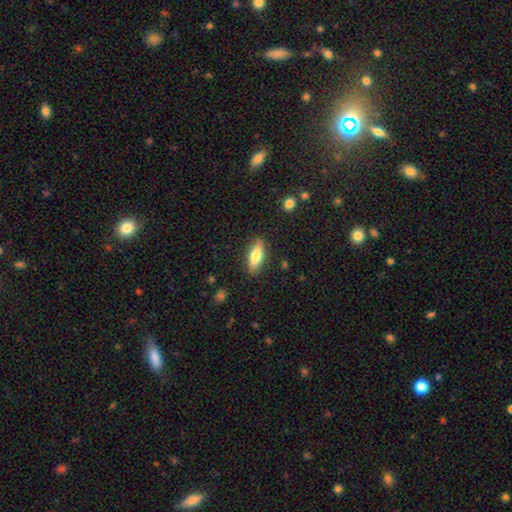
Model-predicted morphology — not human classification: Q: Smooth or featured?
A: smooth (77%); runner-up: featured or disk (17%)
Q: How rounded?
A: in between (59%); runner-up: cigar-shaped (39%)
Q: Merging?
A: none (86%); runner-up: minor disturbance (10%)